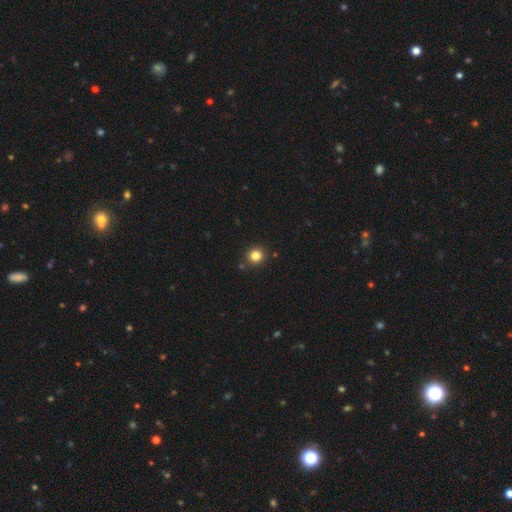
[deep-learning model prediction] Smooth or featured? Predicted: smooth (p=0.82). How rounded? Predicted: round (p=0.88). Merging? Predicted: none (p=0.88).